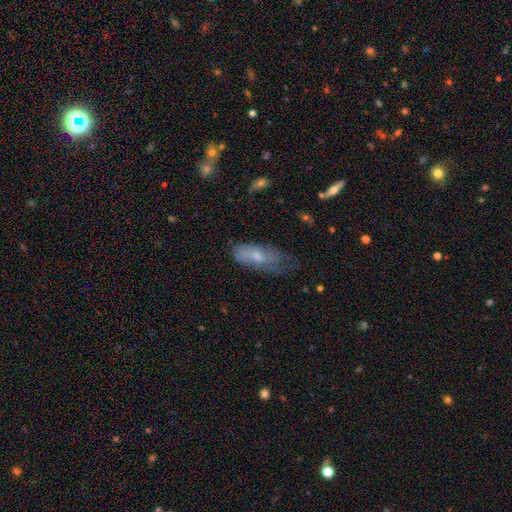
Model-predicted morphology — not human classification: smooth-or-featured: smooth: 59% | featured or disk: 33% | star or artifact: 8%
  how-rounded: in between: 77% | cigar-shaped: 20% | round: 3%
  merging: minor disturbance: 37% (tied) | none: 37% (tied) | major disturbance: 23% | merger: 3%